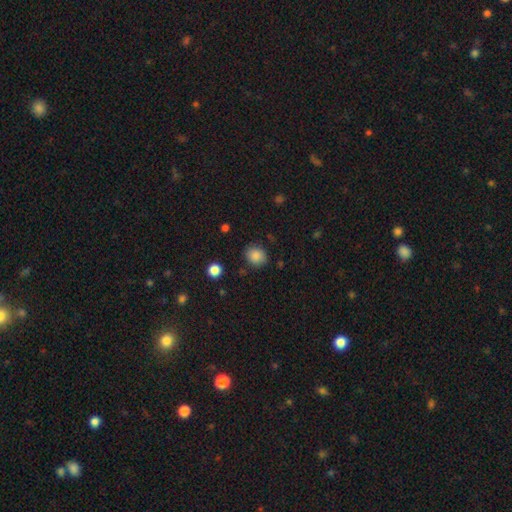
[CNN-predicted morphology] The model was most divided on "how rounded": round: 73%, in between: 26%, cigar-shaped: 1%. More confident: smooth or featured — smooth (86%); merging — none (84%).